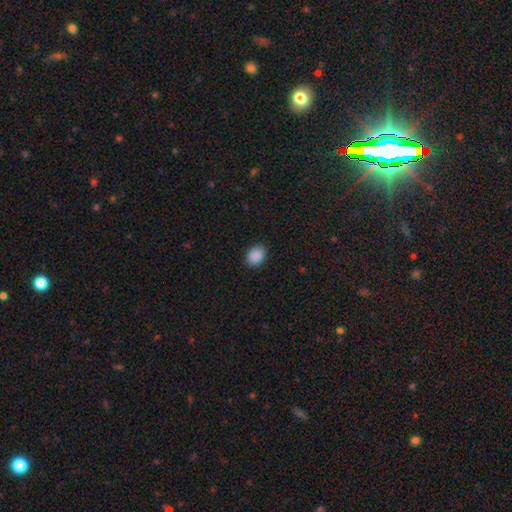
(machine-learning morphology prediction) Smooth or featured? Predicted: smooth (p=0.89). How rounded? Predicted: in between (p=0.64). Merging? Predicted: none (p=0.87).